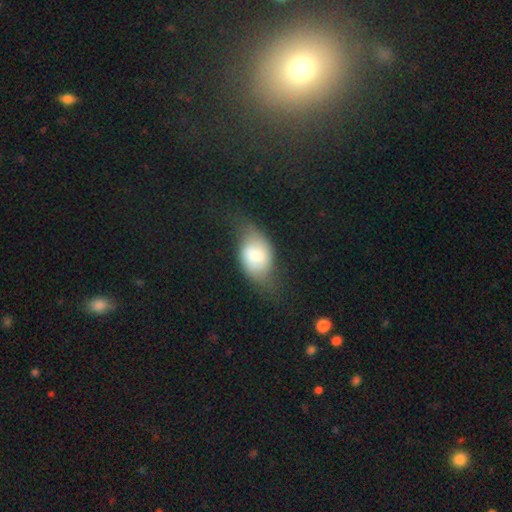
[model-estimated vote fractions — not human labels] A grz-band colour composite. It shows a smooth galaxy with no disk features (59%) that is in between round and cigar-shaped (83%). Merging: none (44%).